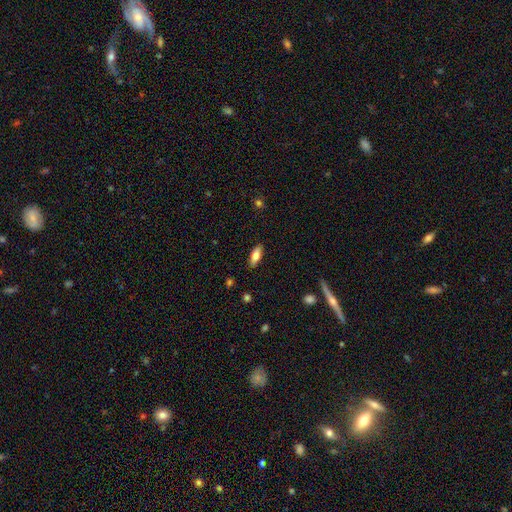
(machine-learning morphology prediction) The model was most divided on "how rounded": in between: 72%, cigar-shaped: 26%, round: 3%. More confident: merging — none (88%); smooth or featured — smooth (70%).